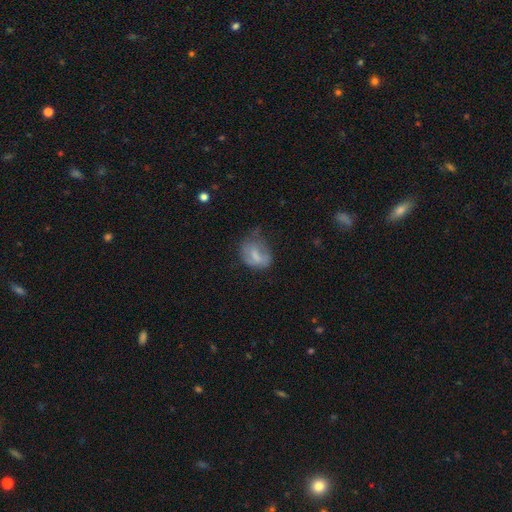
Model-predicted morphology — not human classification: This is likely a smooth galaxy (61%). How rounded: likely in between (61%). Merging: marginally minor disturbance (36%).